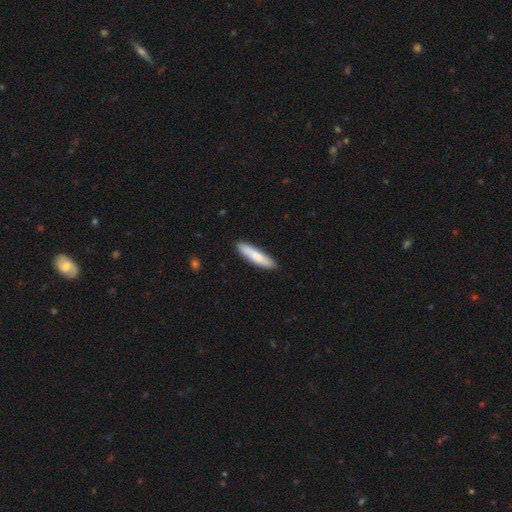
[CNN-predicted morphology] A smooth galaxy with no disk features (82%) that is cigar-shaped (83%).

Vote fractions:
- Smooth or featured? smooth: 82% / featured or disk: 14% / star or artifact: 5%
- How rounded? cigar-shaped: 83% / in between: 16% / round: 1%
- Merging? none: 88% / minor disturbance: 9% / major disturbance: 1% / merger: 1%